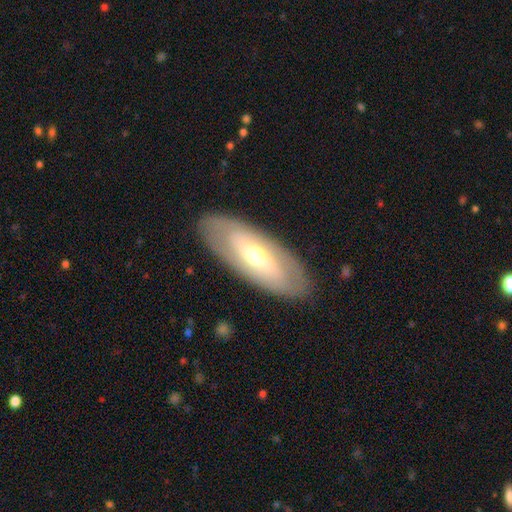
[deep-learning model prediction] A featured or disk galaxy (58%). Merging: none (85%).